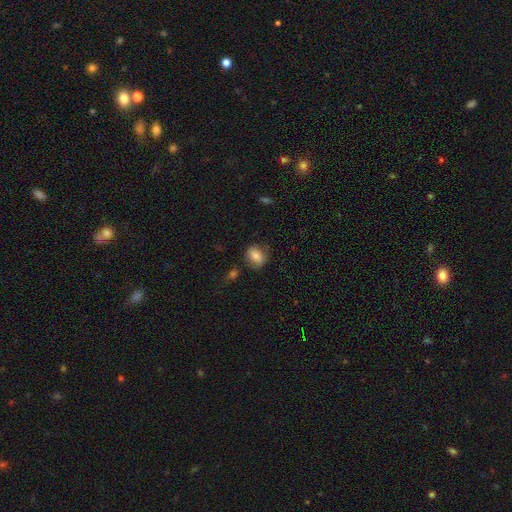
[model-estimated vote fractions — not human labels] This appears to be a smooth galaxy with no disk features (79%) that is in between round and cigar-shaped (58%). Merging: none (71%).